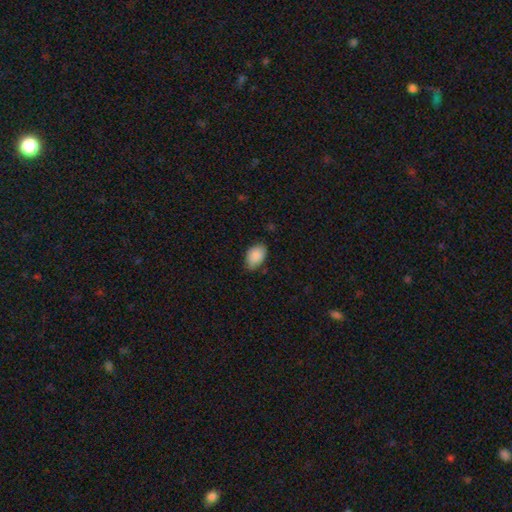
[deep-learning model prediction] This appears to be a smooth galaxy with no disk features (89%) that is in between round and cigar-shaped (87%). Merging: none (69%).